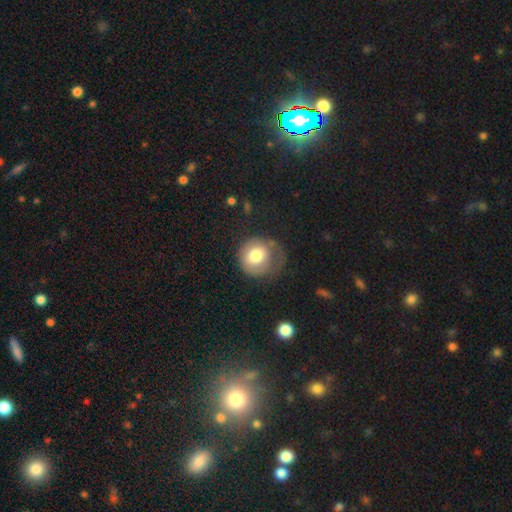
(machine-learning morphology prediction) Smooth or featured? Predicted: smooth (p=0.73). How rounded? Predicted: round (p=0.84). Merging? Predicted: none (p=0.41).